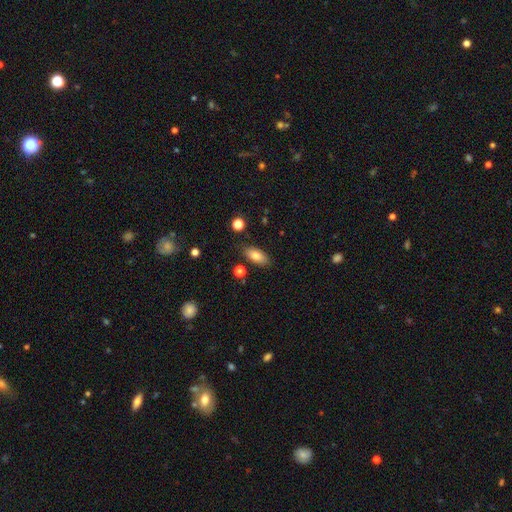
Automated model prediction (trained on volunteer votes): This is clearly a smooth galaxy (81%). How rounded: clearly in between (86%). Merging: clearly none (83%).